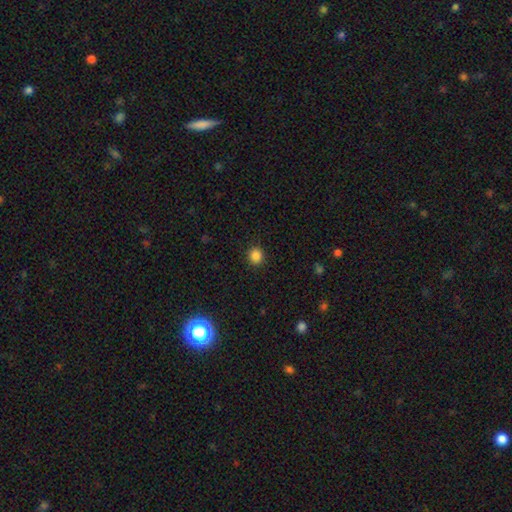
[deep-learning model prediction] The model was most divided on "how rounded": round: 86%, in between: 13%, cigar-shaped: 1%. More confident: merging — none (91%); smooth or featured — smooth (86%).